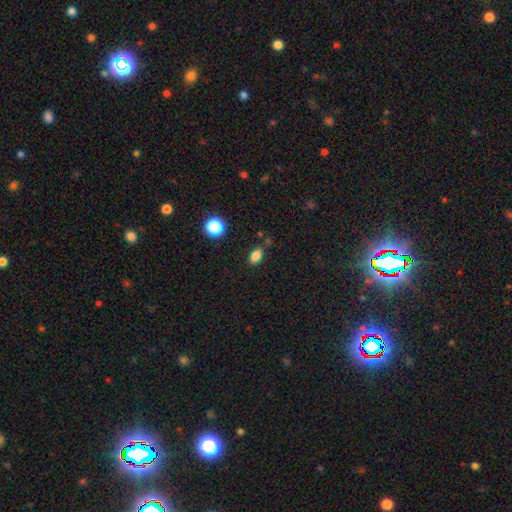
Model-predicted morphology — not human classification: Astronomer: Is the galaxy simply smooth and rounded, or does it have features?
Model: smooth — 83%.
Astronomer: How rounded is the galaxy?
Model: in between — 85%.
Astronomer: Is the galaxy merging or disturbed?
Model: none — 81%.